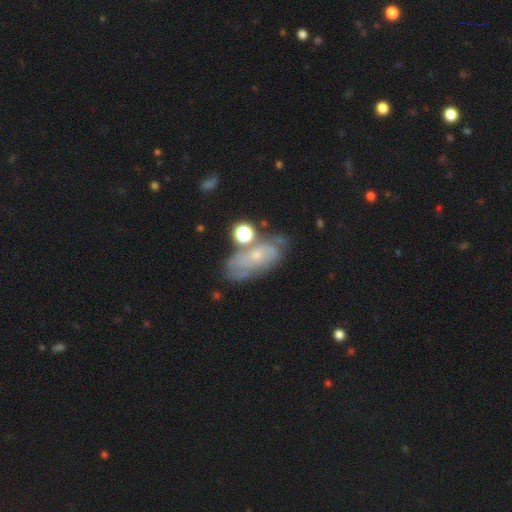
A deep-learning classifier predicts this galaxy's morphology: Overall: featured or disk (68%). Edge-on disk: no (93%). Bar: no (71%). Spiral arms: yes (81%). Spiral arm count: can't tell (47%; 2 29%). Spiral winding: tight (50%; medium 36%). Bulge size: small (70%). Merging: none (54%; minor disturbance 22%).